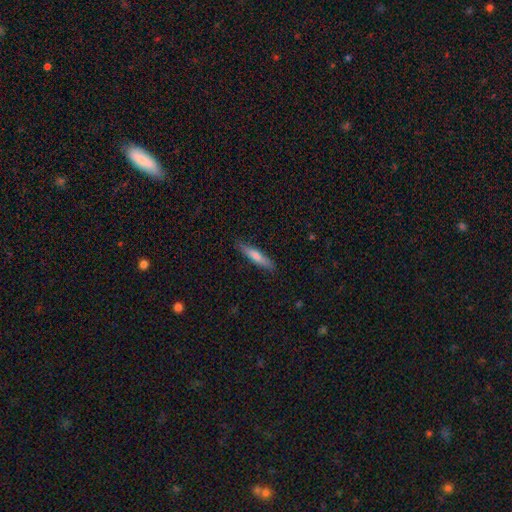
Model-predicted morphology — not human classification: A smooth galaxy with no disk features (59%) that is cigar-shaped (88%).

Vote fractions:
- Smooth or featured? smooth: 59% / featured or disk: 35% / star or artifact: 6%
- How rounded? cigar-shaped: 88% / in between: 10% / round: 2%
- Merging? none: 88% / minor disturbance: 9% / major disturbance: 2% / merger: 1%